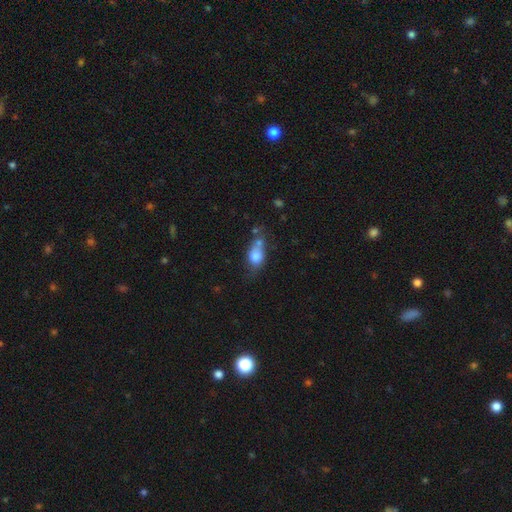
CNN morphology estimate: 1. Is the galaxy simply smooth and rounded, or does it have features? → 76% smooth, 15% featured or disk, 9% star or artifact.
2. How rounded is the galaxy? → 68% in between, 27% round, 5% cigar-shaped.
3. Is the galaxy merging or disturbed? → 42% none, 25% minor disturbance, 23% merger, 10% major disturbance.